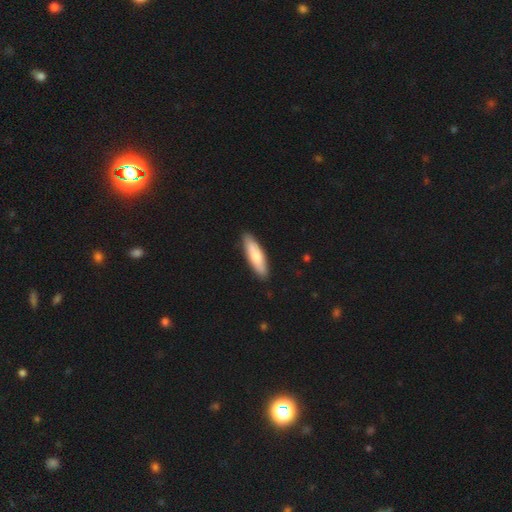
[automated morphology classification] A smooth galaxy with no disk features (74%) that is cigar-shaped (67%). Merging: none (89%).